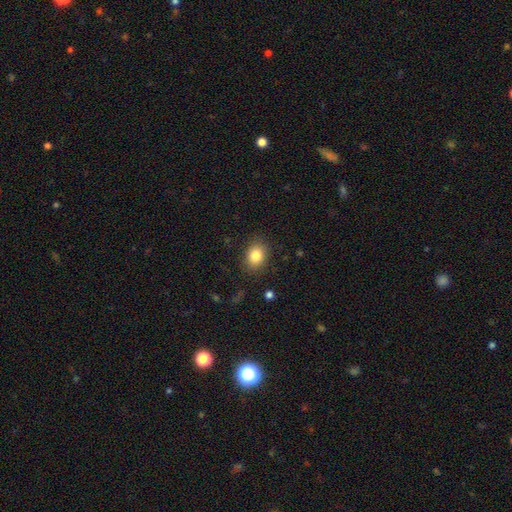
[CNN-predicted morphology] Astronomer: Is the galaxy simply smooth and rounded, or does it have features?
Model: smooth — 83%.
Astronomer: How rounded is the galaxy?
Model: in between — 61% (runner-up: round, 38%).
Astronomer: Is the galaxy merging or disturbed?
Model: none — 86%.